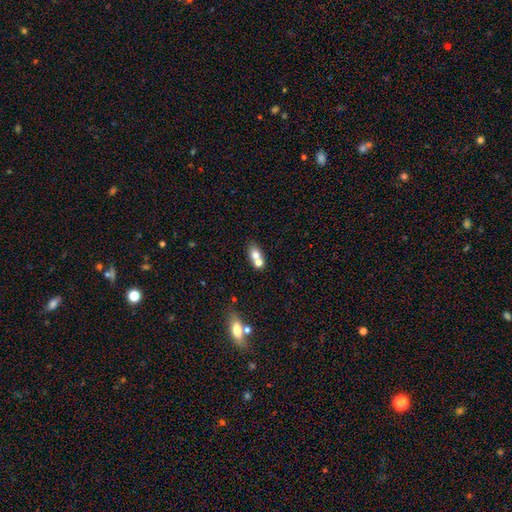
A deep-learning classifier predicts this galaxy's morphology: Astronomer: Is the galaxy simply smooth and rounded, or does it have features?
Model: smooth — 70%.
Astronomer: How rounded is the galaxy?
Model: in between — 69%.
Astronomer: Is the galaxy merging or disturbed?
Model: merger — 56% (runner-up: none, 33%).